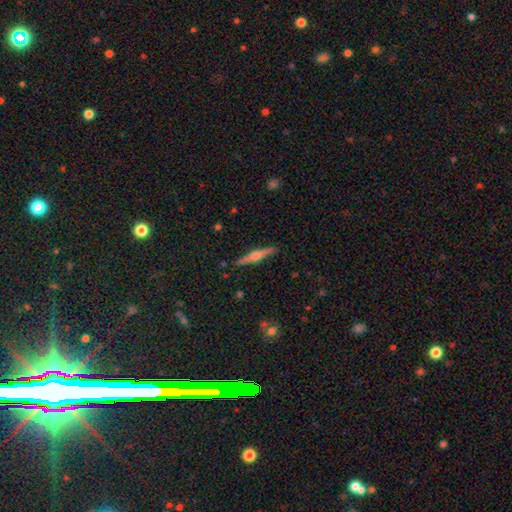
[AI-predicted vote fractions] Smooth or featured? featured or disk (69%)
Edge-on disk? yes (98%)
Edge-on bulge? rounded (89%)
Merging? none (90%)